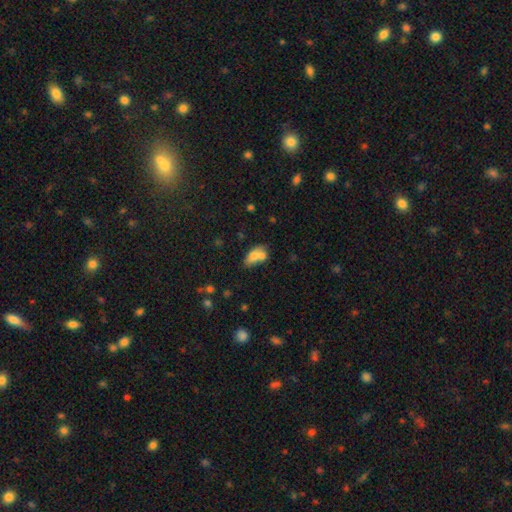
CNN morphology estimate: The model was most divided on "merging": merger: 52%, none: 30%, minor disturbance: 12%, major disturbance: 6%. More confident: how rounded — in between (83%); smooth or featured — smooth (69%).